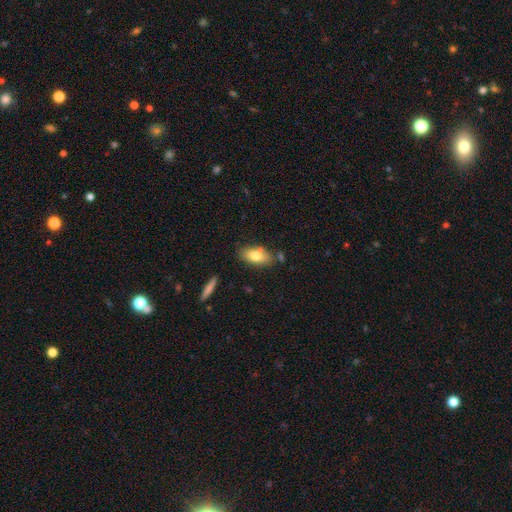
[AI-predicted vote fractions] A smooth galaxy with no disk features (76%) that is in between round and cigar-shaped (87%).

Vote fractions:
- Smooth or featured? smooth: 76% / featured or disk: 17% / star or artifact: 7%
- How rounded? in between: 87% / cigar-shaped: 9% / round: 4%
- Merging? none: 74% / minor disturbance: 15% / merger: 8% / major disturbance: 3%